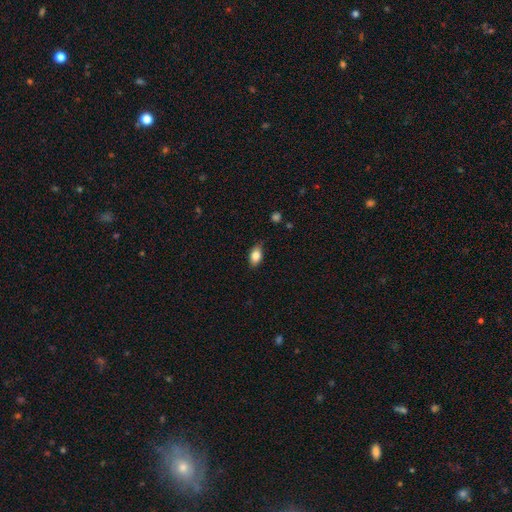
smooth 82%, featured or disk 12%, star or artifact 5%. Down the decision tree: how rounded — in between (85%); merging — none (74%).